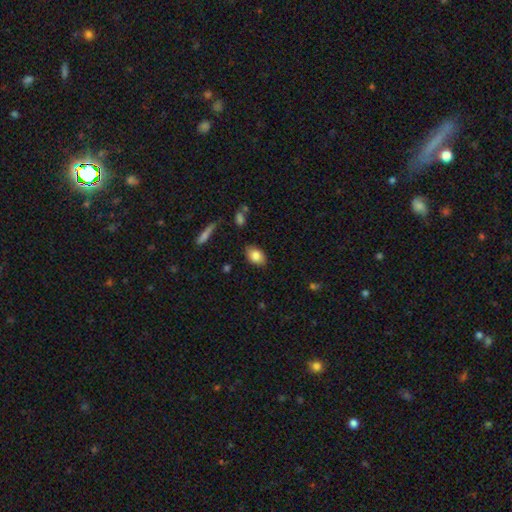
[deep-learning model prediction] Morphology: type=smooth (84%); roundness=in between (85%); merging=none (83%).